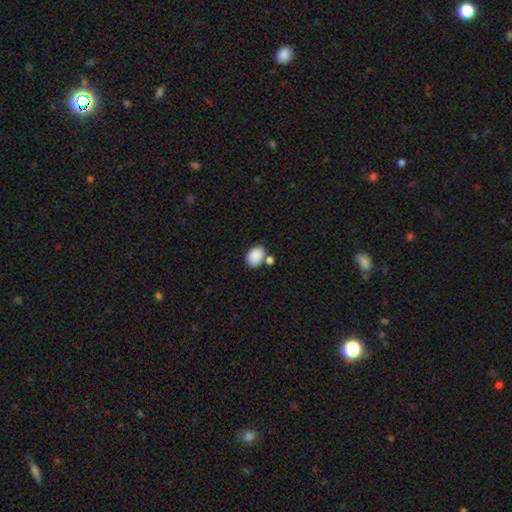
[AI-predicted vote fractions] A smooth galaxy with no disk features (88%) that is in between round and cigar-shaped (76%).

Vote fractions:
- Smooth or featured? smooth: 88% / star or artifact: 8% / featured or disk: 4%
- How rounded? in between: 76% / round: 23% / cigar-shaped: 1%
- Merging? none: 65% / merger: 18% / minor disturbance: 13% / major disturbance: 4%